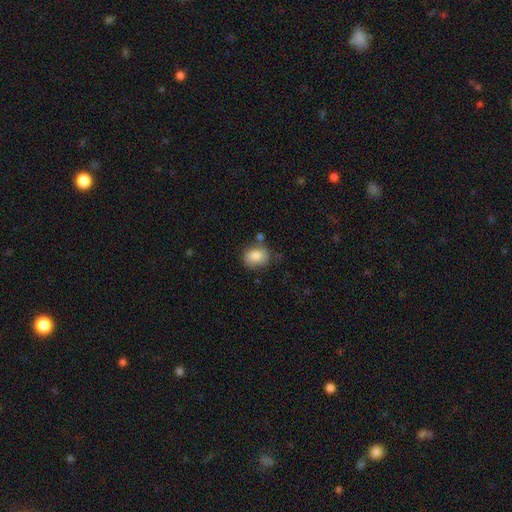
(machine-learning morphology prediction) type=smooth (79%); roundness=round (56%); merging=none (67%).